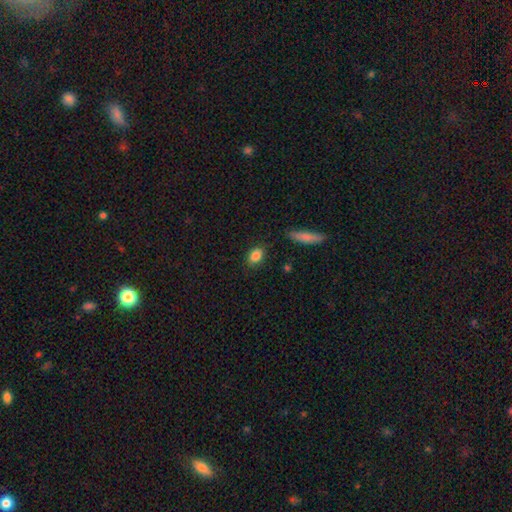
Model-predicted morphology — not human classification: A smooth galaxy with no disk features (85%) that is in between round and cigar-shaped (72%).

Vote fractions:
- Smooth or featured? smooth: 85% / star or artifact: 8% / featured or disk: 6%
- How rounded? in between: 72% / round: 24% / cigar-shaped: 3%
- Merging? none: 84% / minor disturbance: 11% / major disturbance: 3% / merger: 2%